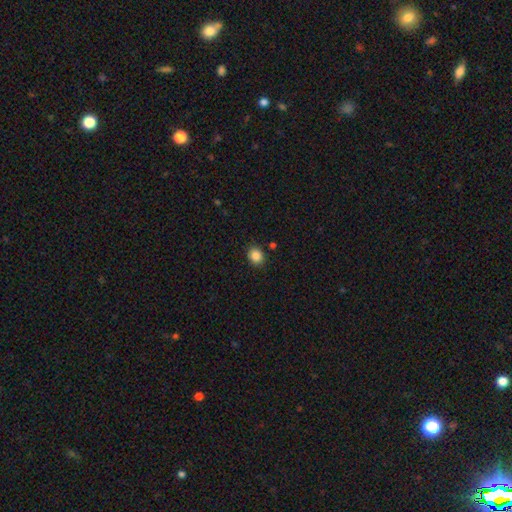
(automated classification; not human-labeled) Smooth or featured? Predicted: smooth (p=0.86). How rounded? Predicted: round (p=0.68). Merging? Predicted: none (p=0.88).